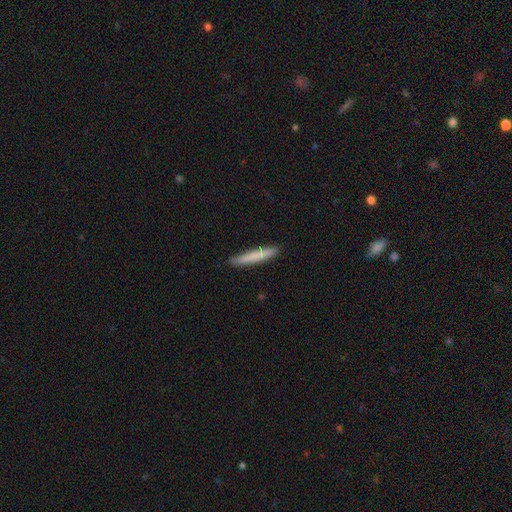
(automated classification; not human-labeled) smooth_or_featured: smooth (p=0.77) [alt: featured or disk p=0.17]
how_rounded: cigar-shaped (p=0.96) [alt: in between p=0.03]
merging: none (p=0.91) [alt: minor disturbance p=0.07]